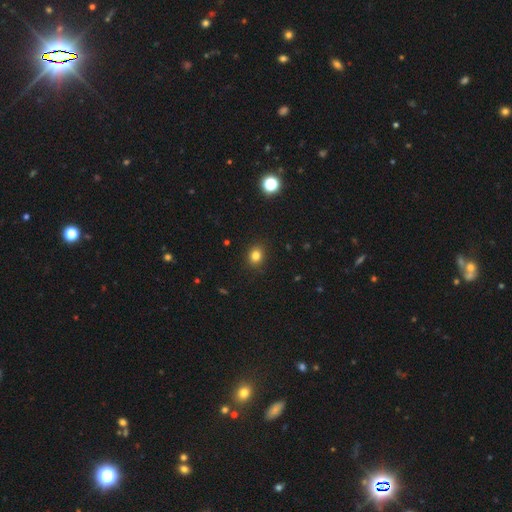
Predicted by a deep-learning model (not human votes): The model was most divided on "how rounded": round: 64%, in between: 35%, cigar-shaped: 1%. More confident: merging — none (90%); smooth or featured — smooth (81%).